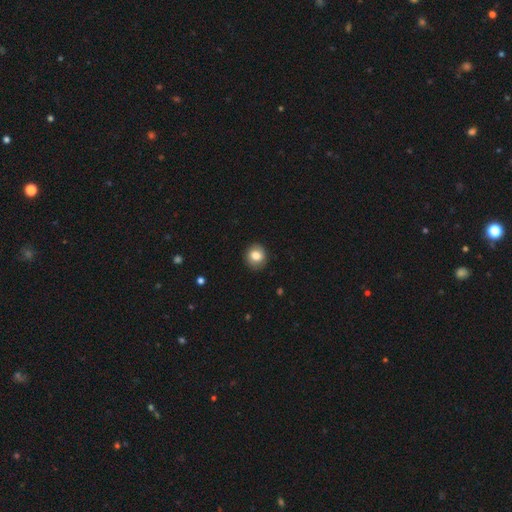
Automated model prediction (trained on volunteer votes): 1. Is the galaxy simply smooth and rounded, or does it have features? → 81% smooth, 11% featured or disk, 8% star or artifact.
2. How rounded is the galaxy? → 80% round, 19% in between, 1% cigar-shaped.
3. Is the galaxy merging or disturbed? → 89% none, 8% minor disturbance, 2% major disturbance, 1% merger.